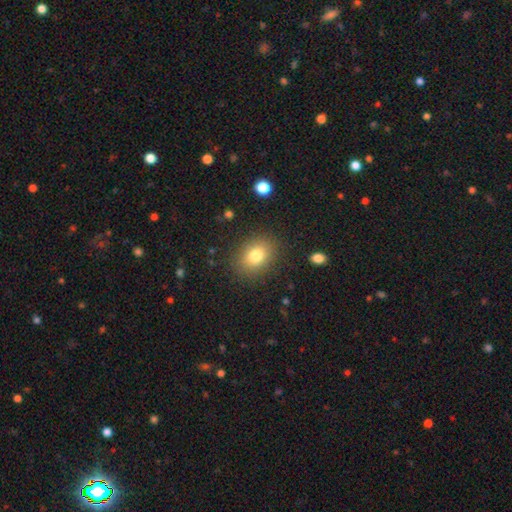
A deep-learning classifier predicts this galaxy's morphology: Overall: smooth (79%). How rounded: in between (60%; round 39%). Merging: none (86%).